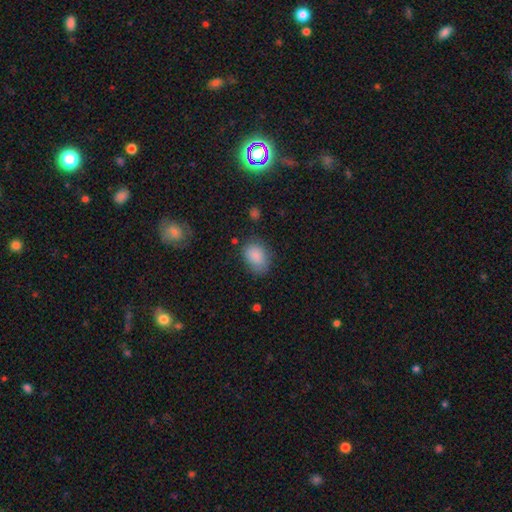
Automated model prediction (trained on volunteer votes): Smooth or featured? Predicted: smooth (p=0.85). How rounded? Predicted: in between (p=0.75). Merging? Predicted: none (p=0.70).